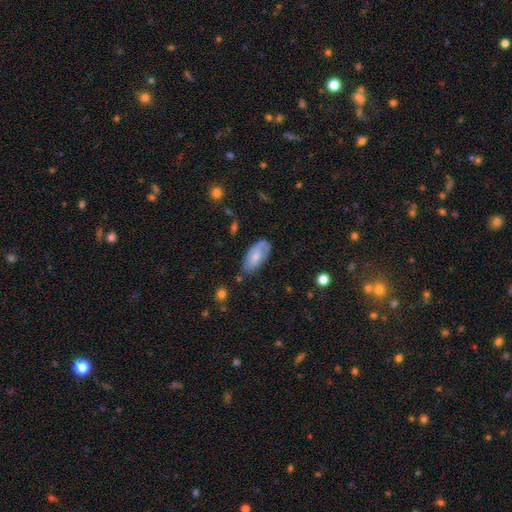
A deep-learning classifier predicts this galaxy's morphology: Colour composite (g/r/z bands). It shows a smooth galaxy with no disk features (62%) that is in between round and cigar-shaped (91%). Merging: none (62%).